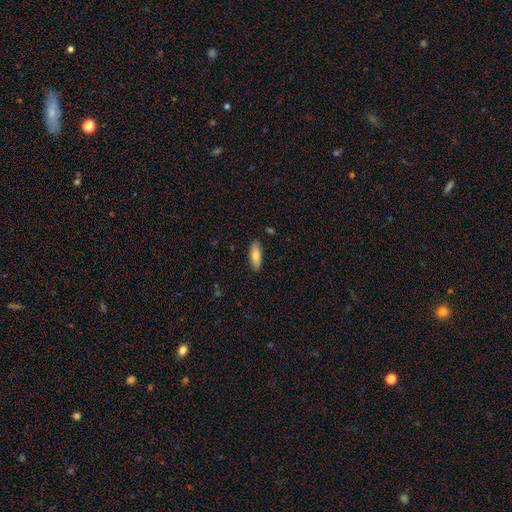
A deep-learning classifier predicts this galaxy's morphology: smooth-or-featured: smooth: 79% | featured or disk: 15% | star or artifact: 6%
  how-rounded: in between: 66% | cigar-shaped: 32% | round: 2%
  merging: none: 87% | minor disturbance: 10% | major disturbance: 2% | merger: 1%